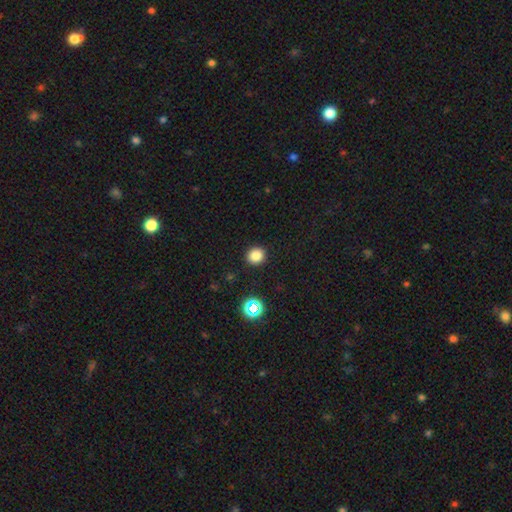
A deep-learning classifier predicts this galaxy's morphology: smooth-or-featured: smooth: 81% | star or artifact: 14% | featured or disk: 4%
  how-rounded: round: 87% | in between: 12% | cigar-shaped: 1%
  merging: none: 91% | minor disturbance: 6% | major disturbance: 2% | merger: 1%